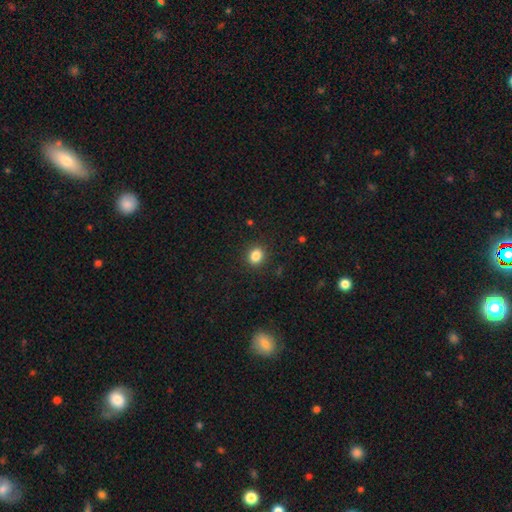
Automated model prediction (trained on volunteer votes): smooth 84%, star or artifact 11%, featured or disk 5%. Down the decision tree: how rounded — round (62%); merging — none (89%).